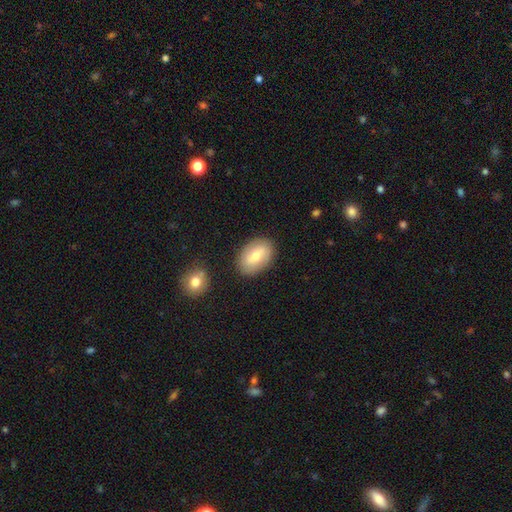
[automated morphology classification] smooth-or-featured: smooth: 65% | featured or disk: 28% | star or artifact: 7%
  how-rounded: in between: 87% | round: 12% | cigar-shaped: 1%
  merging: none: 85% | minor disturbance: 10% | major disturbance: 3% | merger: 2%